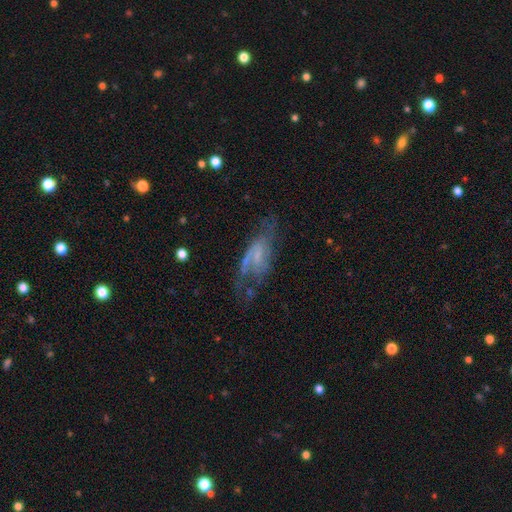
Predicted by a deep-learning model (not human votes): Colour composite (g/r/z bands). It shows a featured or disk galaxy (72%) with a weak bar (45%), 2 (61%) loose (43%) spiral arms (81%) and no central bulge (41%, tied with small). Merging: none (46%).